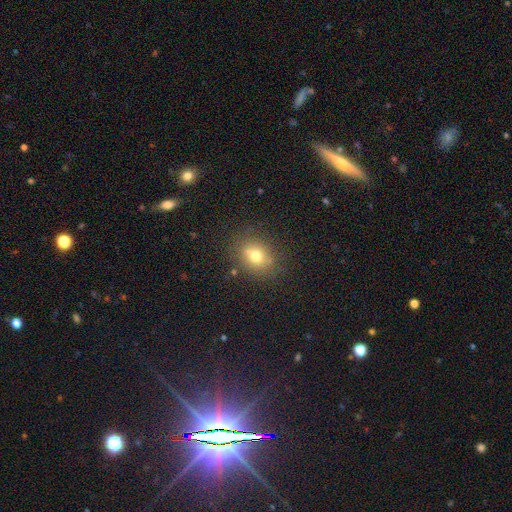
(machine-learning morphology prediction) Smooth or featured? smooth (69%)
How rounded? round (51%)
Merging? none (75%)